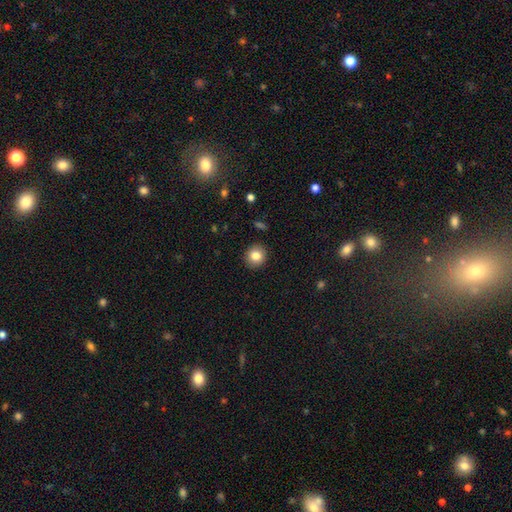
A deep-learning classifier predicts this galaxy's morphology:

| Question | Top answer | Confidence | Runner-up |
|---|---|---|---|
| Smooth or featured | smooth | 83% | star or artifact (10%) |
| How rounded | round | 87% | in between (12%) |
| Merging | none | 91% | minor disturbance (6%) |